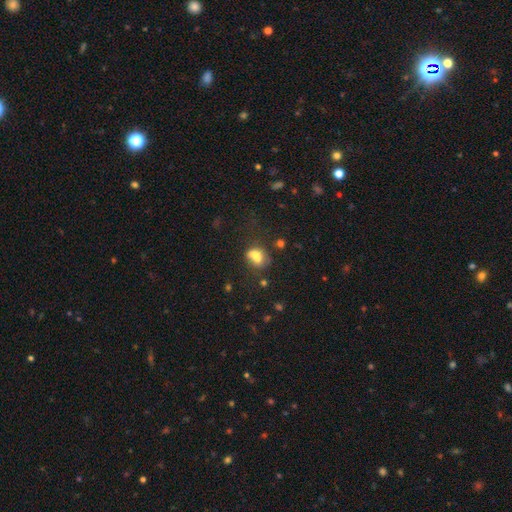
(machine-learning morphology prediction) This is likely a smooth galaxy (67%). How rounded: possibly in between (56%). Merging: possibly merger (51%).